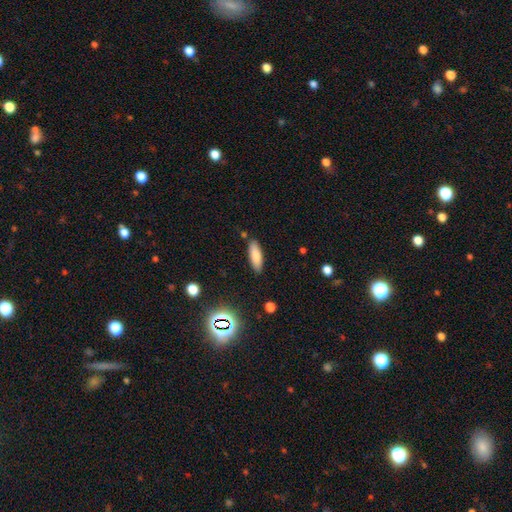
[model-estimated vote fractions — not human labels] The model was most divided on "how rounded": in between: 57%, cigar-shaped: 41%, round: 2%. More confident: merging — none (85%); smooth or featured — smooth (78%).